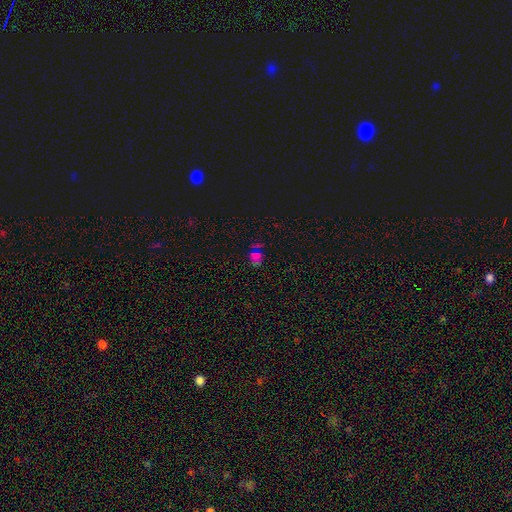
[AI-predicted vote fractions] Smooth or featured? star or artifact (53%)